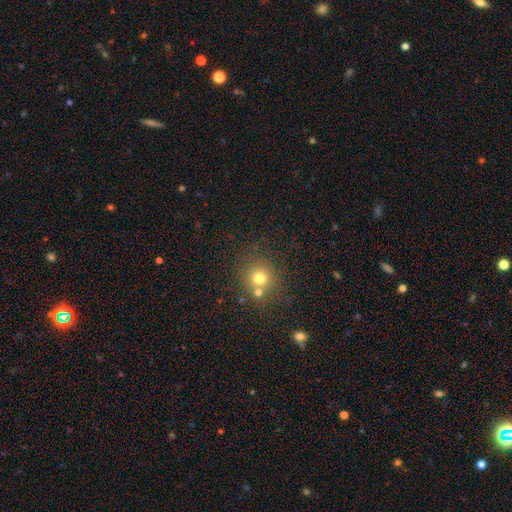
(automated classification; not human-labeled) Smooth or featured? Predicted: smooth (p=0.60). How rounded? Predicted: round (p=0.88). Merging? Predicted: none (p=0.72).